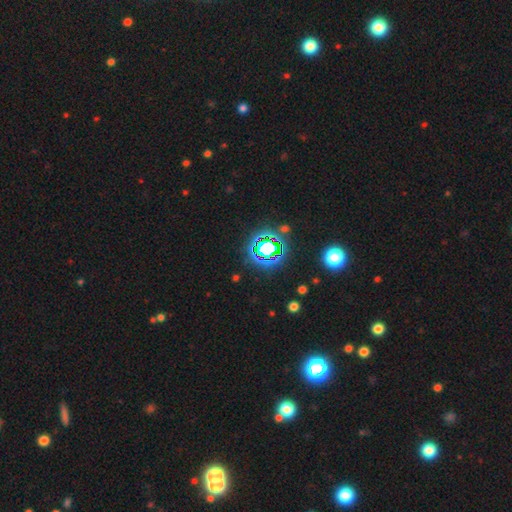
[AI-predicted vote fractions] This is clearly a star or artifact rather than a galaxy (80%).